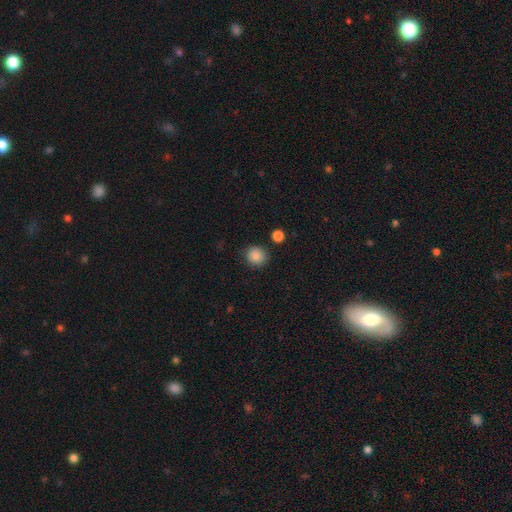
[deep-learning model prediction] Morphology: type=smooth (87%); roundness=round (89%); merging=none (86%).